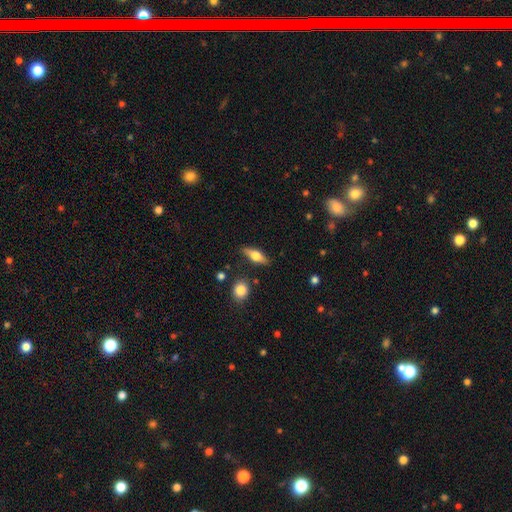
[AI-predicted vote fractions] Smooth or featured? Predicted: featured or disk (p=0.48). Merging? Predicted: none (p=0.82).